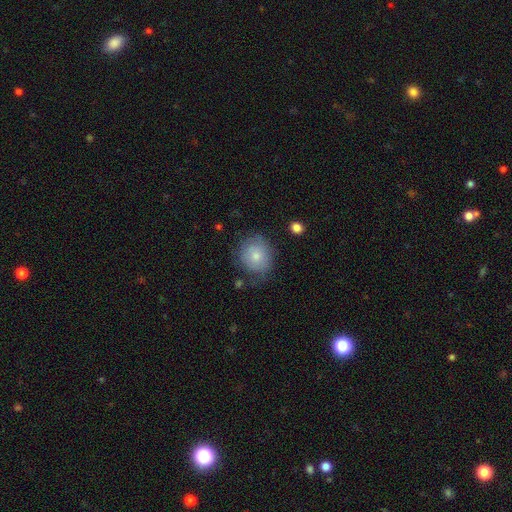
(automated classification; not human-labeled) Smooth or featured: smooth — 74% (featured or disk — 18%)
How rounded: round — 84% (in between — 15%)
Merging: none — 65% (minor disturbance — 24%)